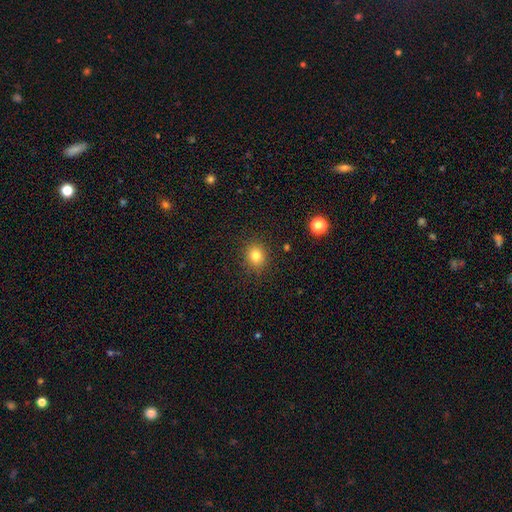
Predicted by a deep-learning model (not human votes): smooth_or_featured: smooth (p=0.80) [alt: star or artifact p=0.13]
how_rounded: round (p=0.78) [alt: in between p=0.21]
merging: none (p=0.89) [alt: minor disturbance p=0.07]